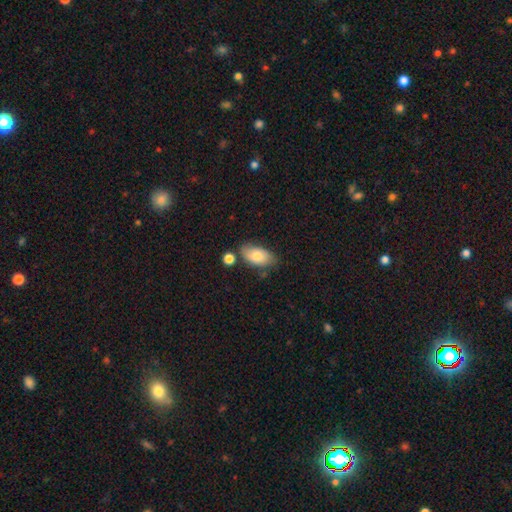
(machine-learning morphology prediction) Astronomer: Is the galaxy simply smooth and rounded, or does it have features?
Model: smooth — 78%.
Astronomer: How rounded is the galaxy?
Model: in between — 92%.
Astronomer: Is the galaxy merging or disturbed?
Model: none — 71%.